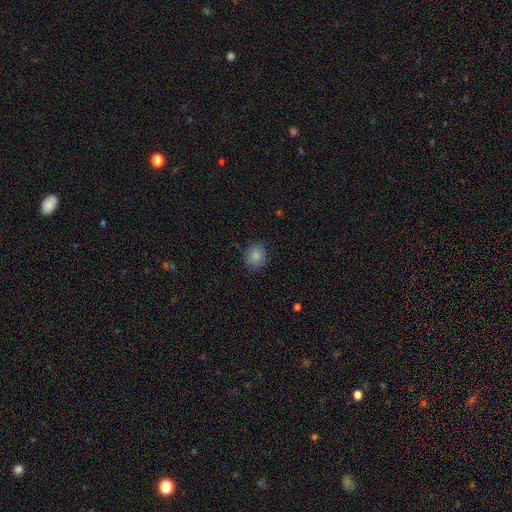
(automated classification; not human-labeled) Smooth or featured? smooth (86%)
How rounded? round (67%)
Merging? none (85%)